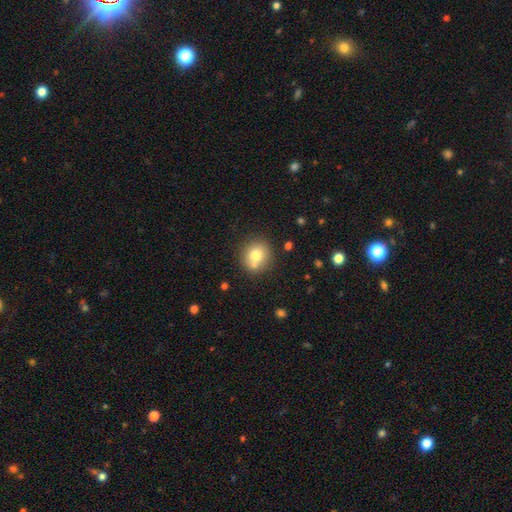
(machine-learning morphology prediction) This is likely a smooth galaxy (74%). How rounded: clearly round (85%). Merging: likely none (68%).